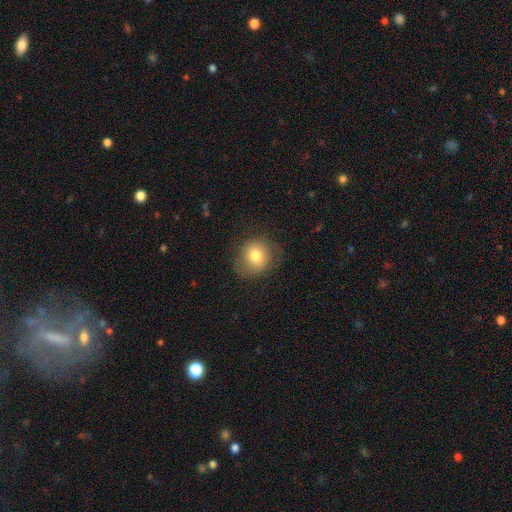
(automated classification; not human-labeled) Smooth or featured?
  - smooth: 75% *
  - featured or disk: 15%
  - star or artifact: 9%
How rounded?
  - round: 77% *
  - in between: 22%
  - cigar-shaped: 1%
Merging?
  - none: 73% *
  - minor disturbance: 18%
  - major disturbance: 8%
  - merger: 1%